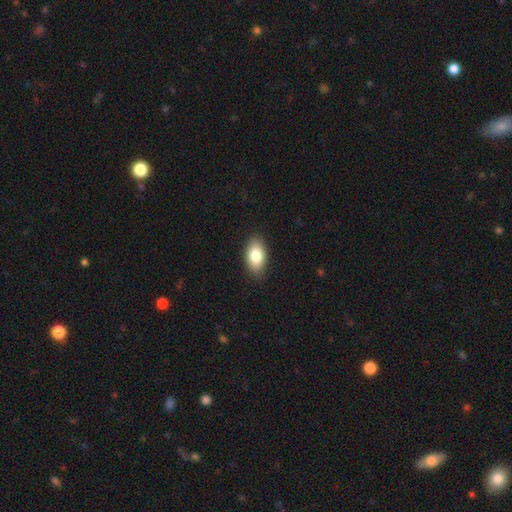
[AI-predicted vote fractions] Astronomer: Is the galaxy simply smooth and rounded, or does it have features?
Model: smooth — 81%.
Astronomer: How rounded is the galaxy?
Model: in between — 92%.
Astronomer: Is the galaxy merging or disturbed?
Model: none — 87%.